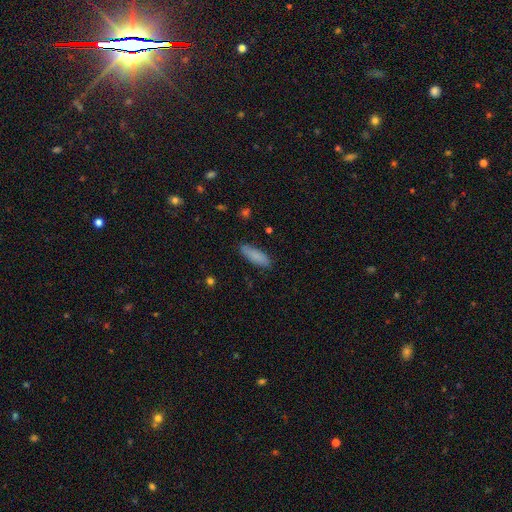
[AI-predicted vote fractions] smooth-or-featured: smooth: 86% | featured or disk: 8% | star or artifact: 7%
  how-rounded: cigar-shaped: 52% | in between: 47% | round: 2%
  merging: none: 85% | minor disturbance: 11% | major disturbance: 2% | merger: 1%